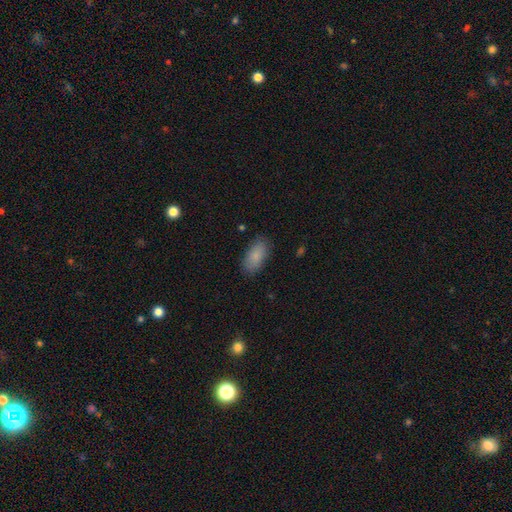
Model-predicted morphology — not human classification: type=smooth (86%); roundness=in between (93%); merging=none (84%).